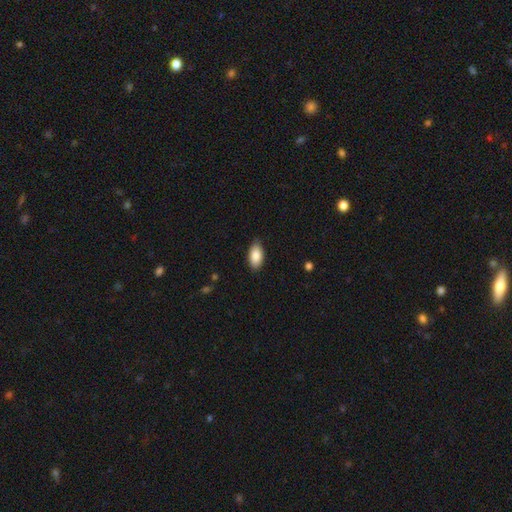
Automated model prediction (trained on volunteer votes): This appears to be a smooth galaxy with no disk features (87%) that is in between round and cigar-shaped (93%). Merging: none (85%).